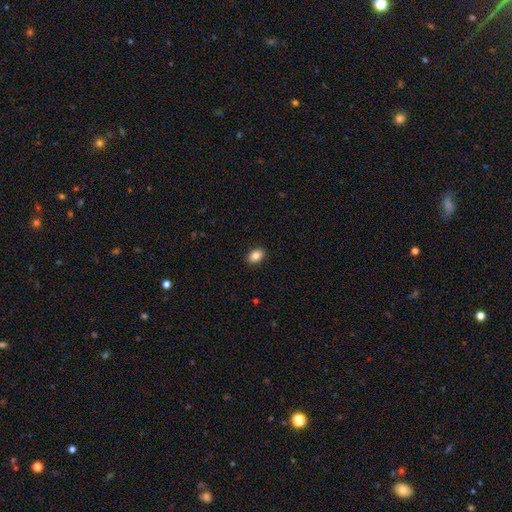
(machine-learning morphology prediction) smooth 86%, star or artifact 8%, featured or disk 6%. Down the decision tree: how rounded — in between (81%); merging — none (90%).